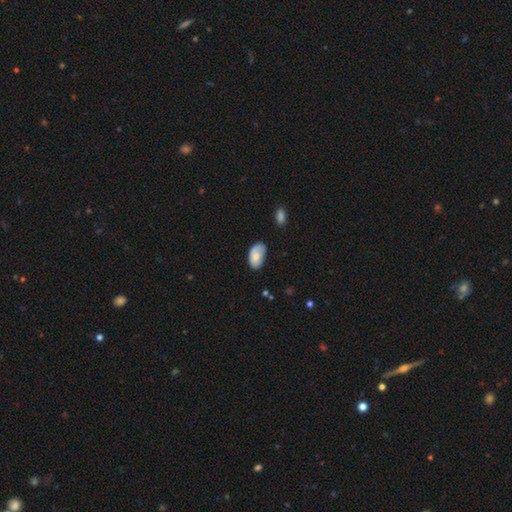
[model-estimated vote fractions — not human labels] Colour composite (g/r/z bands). It shows a smooth galaxy with no disk features (74%) that is in between round and cigar-shaped (94%). Merging: none (61%).